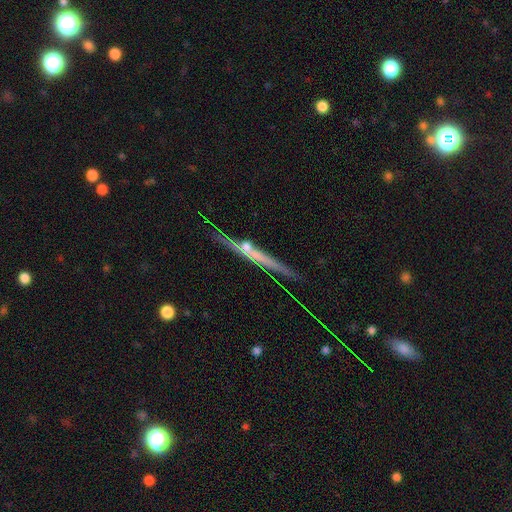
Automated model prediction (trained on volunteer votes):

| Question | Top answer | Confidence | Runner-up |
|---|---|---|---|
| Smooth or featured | featured or disk | 66% | smooth (25%) |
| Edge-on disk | yes | 96% | no (4%) |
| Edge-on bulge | none | 58% | rounded (34%) |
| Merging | none | 78% | minor disturbance (13%) |